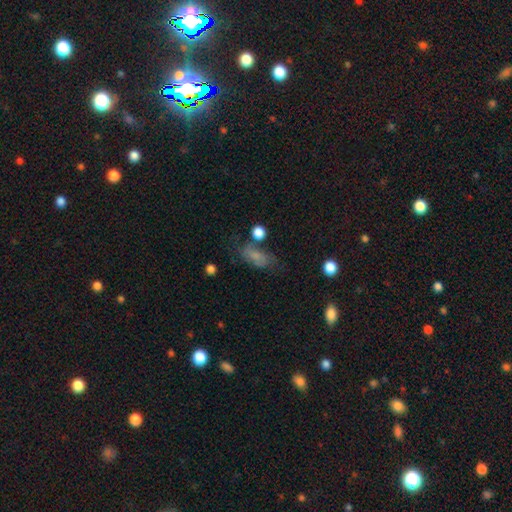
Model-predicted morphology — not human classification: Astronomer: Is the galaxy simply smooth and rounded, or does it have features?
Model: smooth — 65%.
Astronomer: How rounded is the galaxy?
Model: in between — 80%.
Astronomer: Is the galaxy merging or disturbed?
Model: none — 52%.